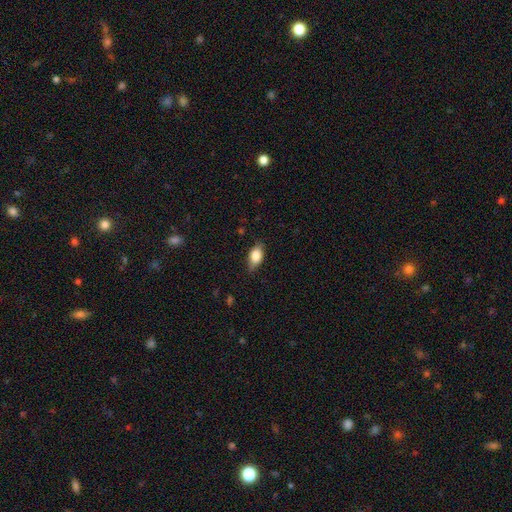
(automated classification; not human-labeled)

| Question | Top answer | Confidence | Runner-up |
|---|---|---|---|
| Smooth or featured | smooth | 79% | featured or disk (14%) |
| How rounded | in between | 86% | round (9%) |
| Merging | none | 77% | minor disturbance (19%) |